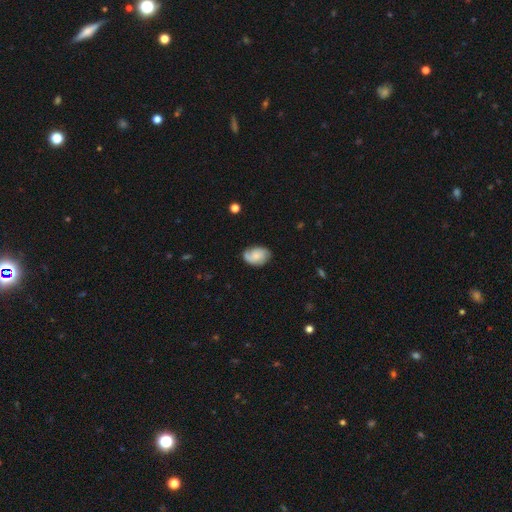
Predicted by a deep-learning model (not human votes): This is possibly a smooth galaxy (54%). How rounded: likely in between (80%). Merging: likely none (65%).